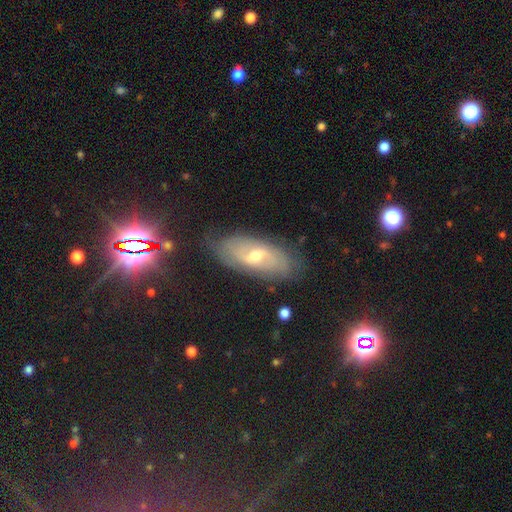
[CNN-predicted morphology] This is likely a featured or disk galaxy (66%). It is clearly not viewed edge-on (87%). Bar: possibly weak (49%). Spiral arm pattern: clearly yes (81%). Central bulge: possibly moderate (56%). Merging: likely none (80%).